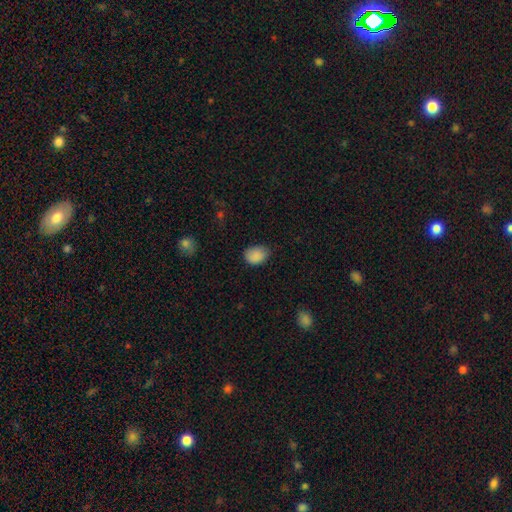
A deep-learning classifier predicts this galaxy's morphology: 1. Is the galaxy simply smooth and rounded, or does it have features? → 88% smooth, 8% star or artifact, 4% featured or disk.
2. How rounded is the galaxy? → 72% in between, 27% round, 1% cigar-shaped.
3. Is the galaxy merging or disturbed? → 65% none, 29% minor disturbance, 5% major disturbance, 1% merger.